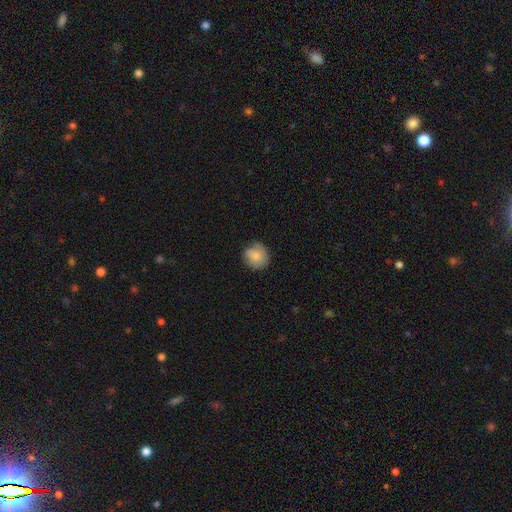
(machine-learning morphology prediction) Smooth or featured? Predicted: smooth (p=0.82). How rounded? Predicted: round (p=0.89). Merging? Predicted: none (p=0.75).